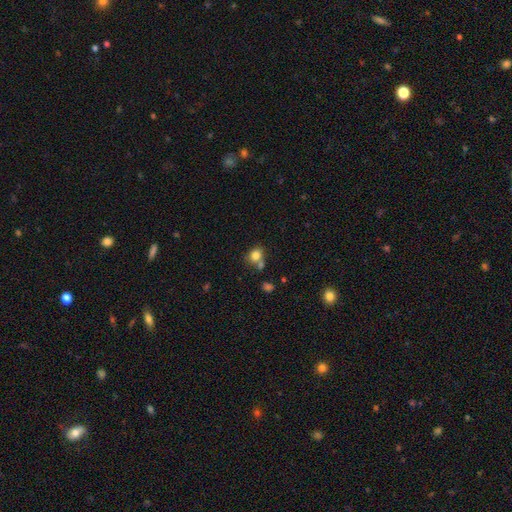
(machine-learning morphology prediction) Q: Smooth or featured?
A: smooth (81%); runner-up: star or artifact (11%)
Q: How rounded?
A: round (63%); runner-up: in between (36%)
Q: Merging?
A: none (54%); runner-up: merger (27%)